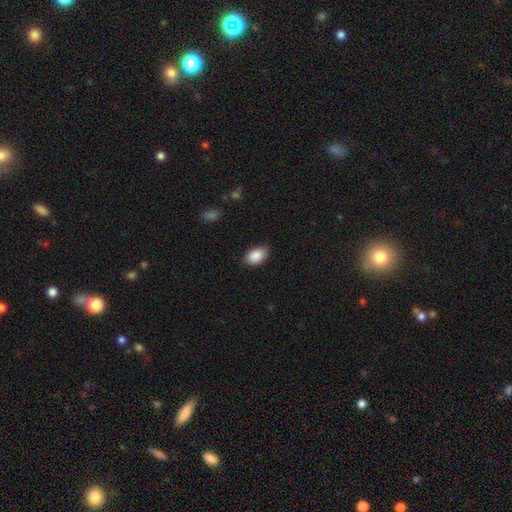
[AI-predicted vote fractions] The model was most divided on "merging": none: 78%, minor disturbance: 18%, major disturbance: 3%, merger: 1%. More confident: smooth or featured — smooth (89%); how rounded — in between (88%).